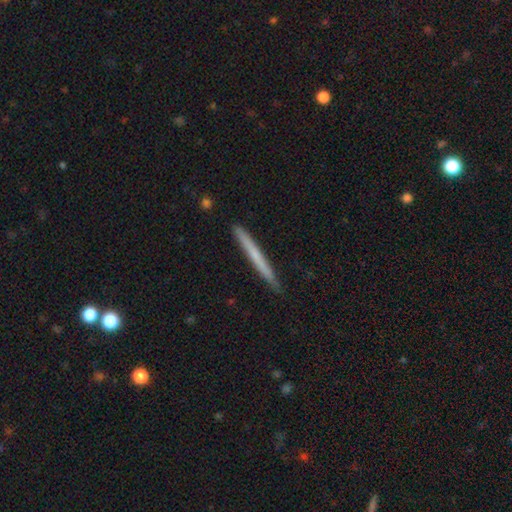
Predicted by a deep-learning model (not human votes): smooth 56%, featured or disk 38%, star or artifact 6%. Down the decision tree: how rounded — cigar-shaped (97%); merging — none (91%).